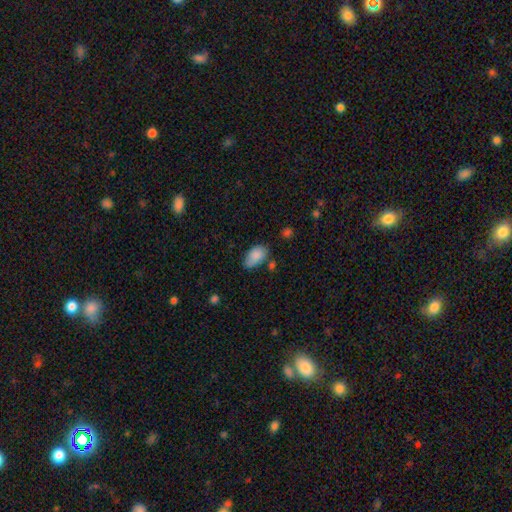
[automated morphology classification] The model was most divided on "merging": none: 57%, minor disturbance: 30%, major disturbance: 7%, merger: 6%. More confident: how rounded — in between (93%); smooth or featured — smooth (85%).